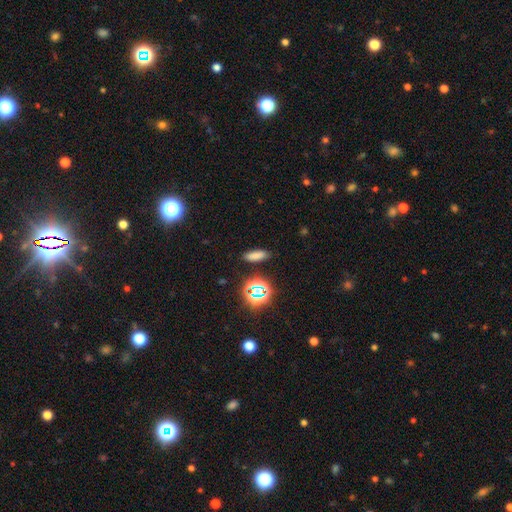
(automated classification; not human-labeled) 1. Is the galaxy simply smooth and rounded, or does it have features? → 73% smooth, 20% star or artifact, 7% featured or disk.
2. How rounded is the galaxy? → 55% in between, 40% cigar-shaped, 5% round.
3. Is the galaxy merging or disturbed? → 87% none, 9% minor disturbance, 3% major disturbance, 2% merger.